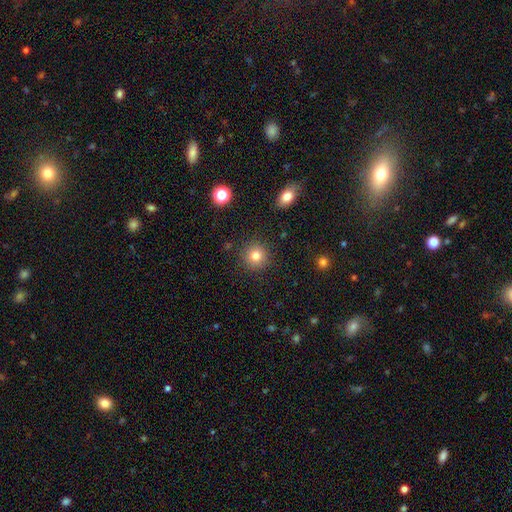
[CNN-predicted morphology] smooth_or_featured: smooth (p=0.81) [alt: star or artifact p=0.12]
how_rounded: round (p=0.93) [alt: in between p=0.06]
merging: none (p=0.90) [alt: minor disturbance p=0.06]